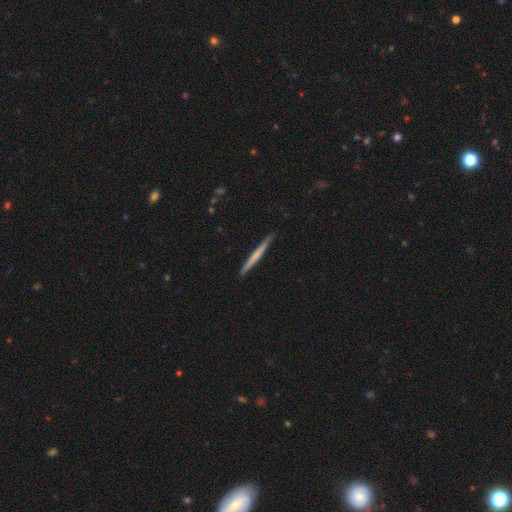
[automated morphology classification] featured or disk 48%, smooth 46%, star or artifact 5%. Down the decision tree: merging — none (89%).